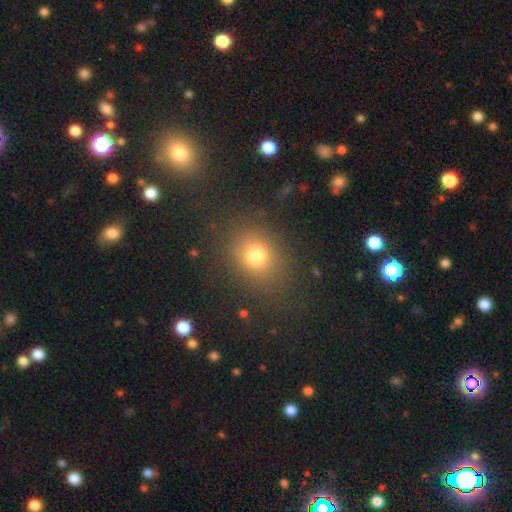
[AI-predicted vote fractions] Smooth or featured? smooth (75%)
How rounded? round (63%)
Merging? none (82%)